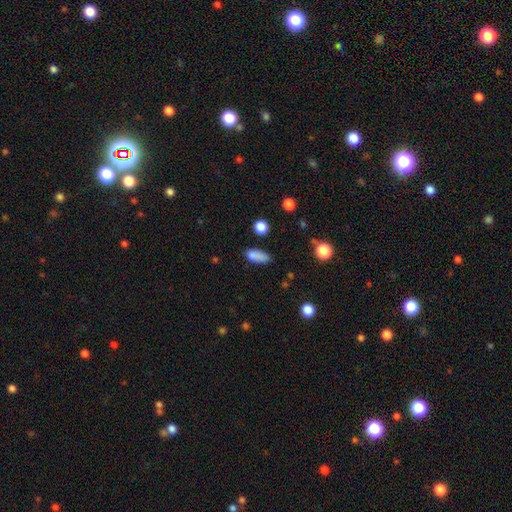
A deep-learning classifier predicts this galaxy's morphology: smooth 83%, star or artifact 10%, featured or disk 6%. Down the decision tree: how rounded — in between (71%); merging — none (61%).